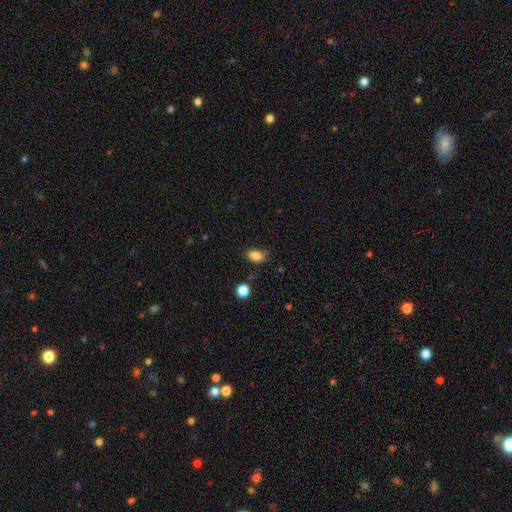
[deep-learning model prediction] Smooth or featured? Predicted: smooth (p=0.85). How rounded? Predicted: in between (p=0.87). Merging? Predicted: none (p=0.79).